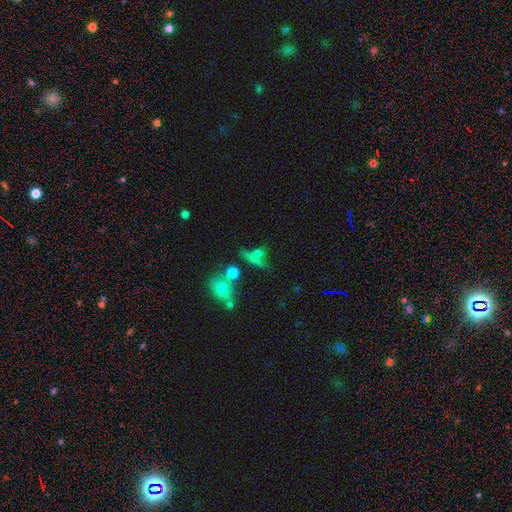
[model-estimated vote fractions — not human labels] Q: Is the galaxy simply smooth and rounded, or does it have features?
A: smooth — 55%.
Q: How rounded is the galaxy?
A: cigar-shaped — 37%.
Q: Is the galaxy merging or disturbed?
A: none — 44%.